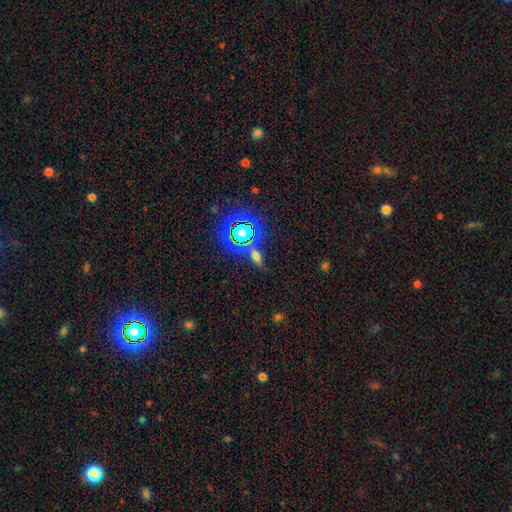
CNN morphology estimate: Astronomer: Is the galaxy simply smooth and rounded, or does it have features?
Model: smooth — 45% (runner-up: star or artifact, 33%).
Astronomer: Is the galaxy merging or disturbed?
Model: none — 76%.